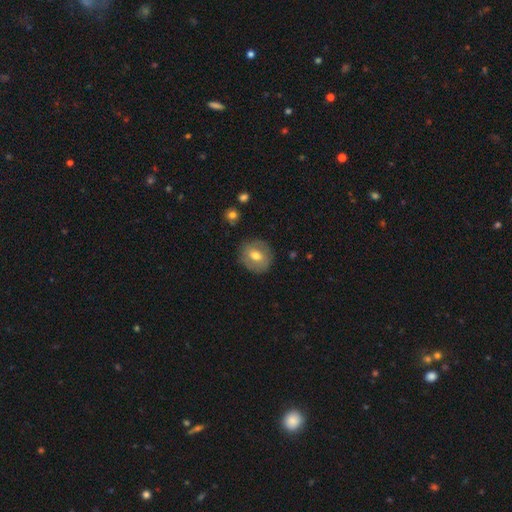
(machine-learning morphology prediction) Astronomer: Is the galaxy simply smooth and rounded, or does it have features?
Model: smooth — 58% (runner-up: featured or disk, 34%).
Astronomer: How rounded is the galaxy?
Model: round — 79%.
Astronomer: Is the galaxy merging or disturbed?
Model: none — 82%.